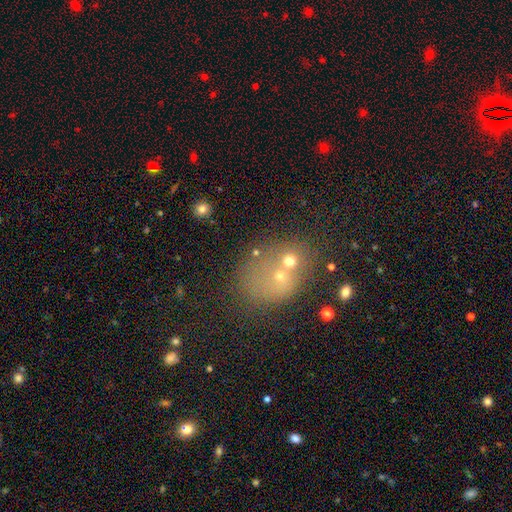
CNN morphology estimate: smooth_or_featured: smooth (p=0.52) [alt: star or artifact p=0.24]
how_rounded: round (p=0.61) [alt: in between p=0.37]
merging: merger (p=0.53) [alt: none p=0.30]